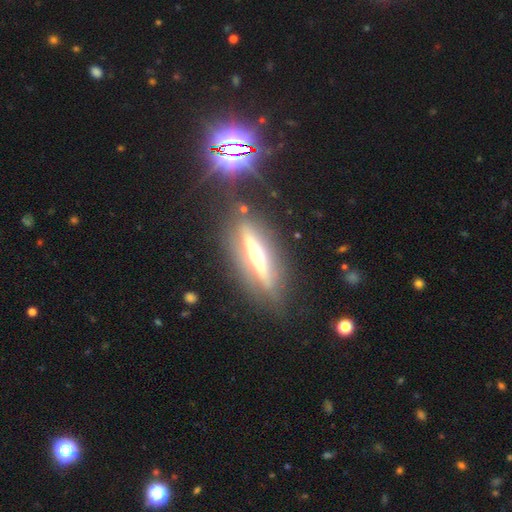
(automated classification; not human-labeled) Morphology: type=featured or disk (72%); edge-on=yes (87%); edge-on bulge=rounded (89%); merging=none (76%).